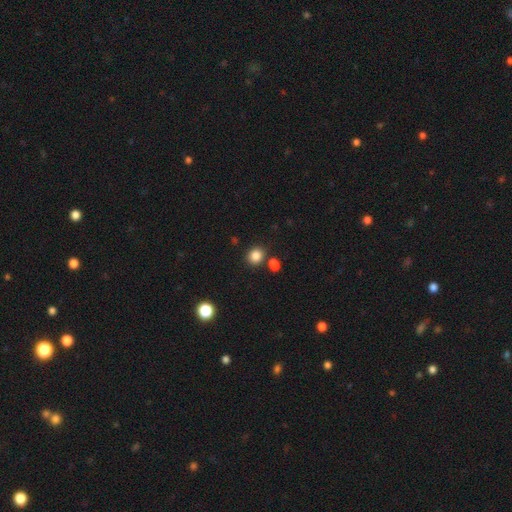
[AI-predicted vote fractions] smooth_or_featured: smooth (p=0.84) [alt: star or artifact p=0.11]
how_rounded: round (p=0.72) [alt: in between p=0.27]
merging: none (p=0.76) [alt: merger p=0.12]